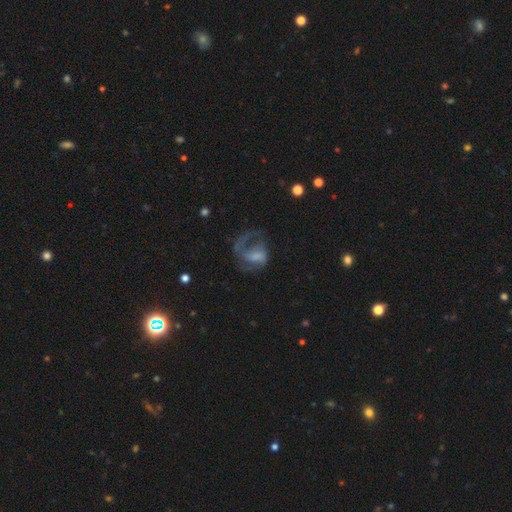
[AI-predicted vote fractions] smooth-or-featured: featured or disk: 66% | smooth: 25% | star or artifact: 9%
  disk-edge-on: no: 98% | yes: 2%
    bar: no: 48% | weak: 40% | strong: 12%
    has-spiral-arms: yes: 79% | no: 21%
      spiral-winding: loose: 43% | medium: 42% | tight: 15%
      spiral-arm-count: 1: 53% | 2: 31% | can't tell: 10% | 3: 4% | 4: 1% | more than 4: 1%
    bulge-size: none: 34% | moderate: 26% | small: 25% | large: 13% | dominant: 2%
  merging: major disturbance: 48% | none: 33% | minor disturbance: 16% | merger: 3%